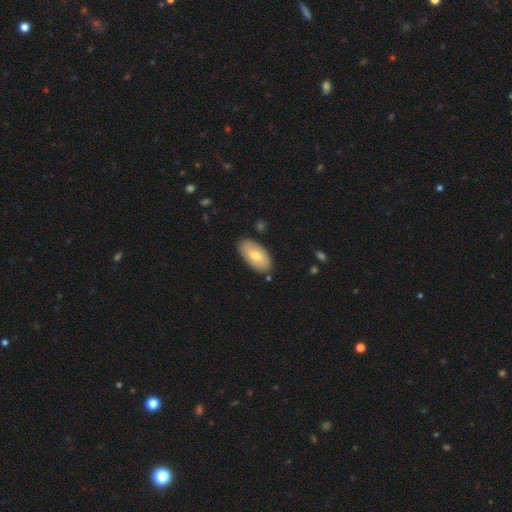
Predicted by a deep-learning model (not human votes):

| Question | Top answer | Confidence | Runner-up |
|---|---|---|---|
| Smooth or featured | smooth | 60% | featured or disk (34%) |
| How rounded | in between | 94% | cigar-shaped (3%) |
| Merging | none | 84% | minor disturbance (12%) |